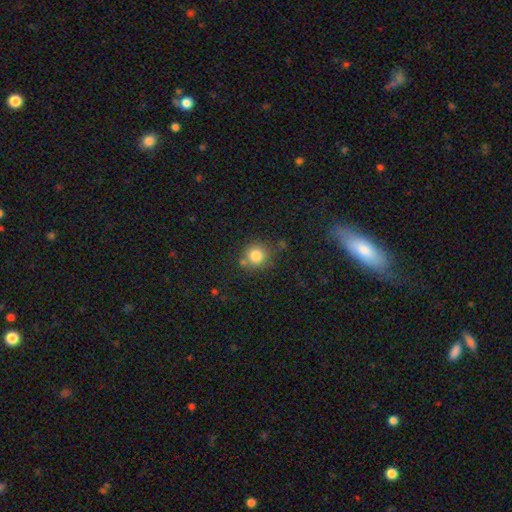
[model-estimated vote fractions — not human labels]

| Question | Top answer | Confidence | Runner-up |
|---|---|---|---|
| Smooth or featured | smooth | 82% | star or artifact (11%) |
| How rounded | round | 91% | in between (8%) |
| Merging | none | 73% | minor disturbance (12%) |